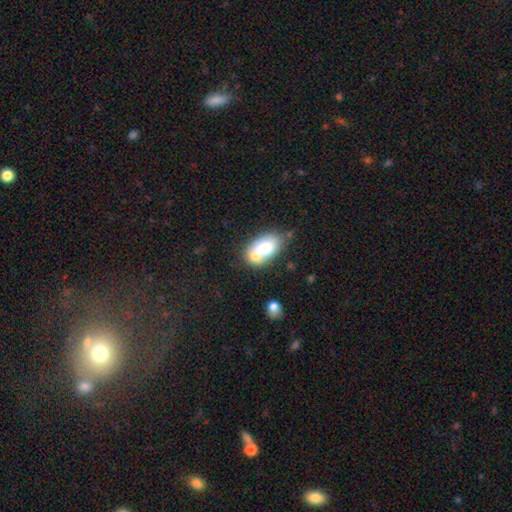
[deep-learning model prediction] Q: Smooth or featured?
A: smooth (69%); runner-up: featured or disk (24%)
Q: How rounded?
A: in between (89%); runner-up: round (9%)
Q: Merging?
A: merger (42%); runner-up: none (37%)